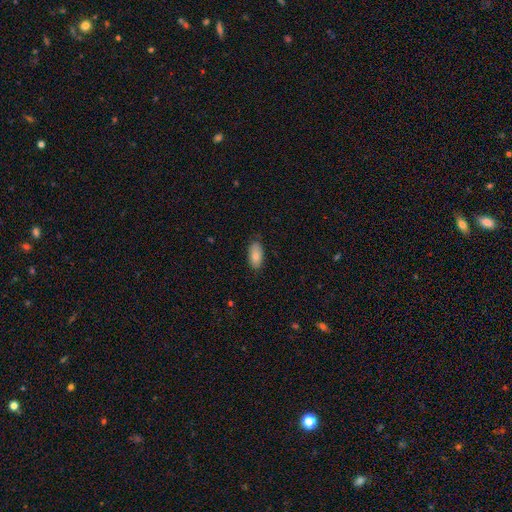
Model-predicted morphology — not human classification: smooth_or_featured: smooth (p=0.84) [alt: featured or disk p=0.09]
how_rounded: in between (p=0.92) [alt: cigar-shaped p=0.05]
merging: none (p=0.82) [alt: minor disturbance p=0.14]